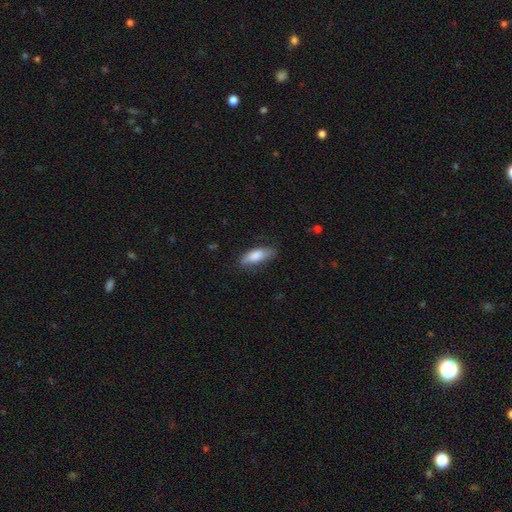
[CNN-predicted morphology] Smooth or featured?
  - smooth: 78% *
  - featured or disk: 15%
  - star or artifact: 6%
How rounded?
  - in between: 69% *
  - cigar-shaped: 29%
  - round: 2%
Merging?
  - none: 69% *
  - minor disturbance: 24%
  - major disturbance: 6%
  - merger: 1%